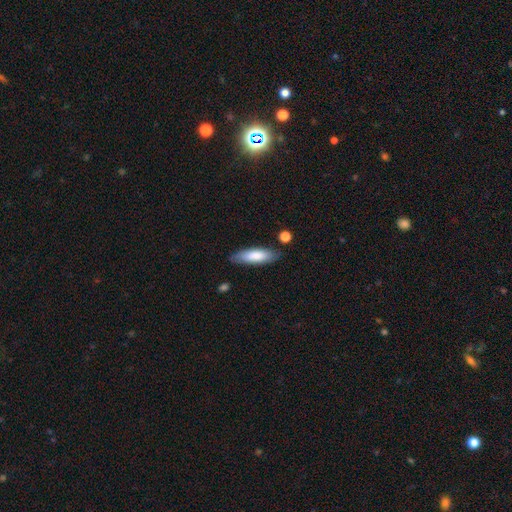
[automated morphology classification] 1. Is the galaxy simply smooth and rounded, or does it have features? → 79% smooth, 16% featured or disk, 6% star or artifact.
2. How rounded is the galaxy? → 53% cigar-shaped, 46% in between, 1% round.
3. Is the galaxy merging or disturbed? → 81% none, 13% minor disturbance, 3% merger, 3% major disturbance.